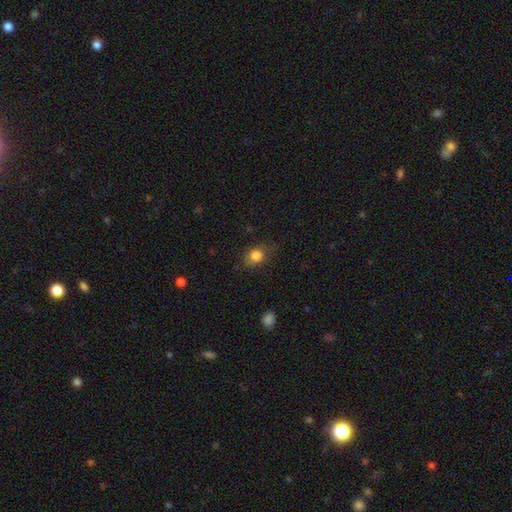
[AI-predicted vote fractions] Overall: smooth (83%). How rounded: round (58%; in between 41%). Merging: none (70%).